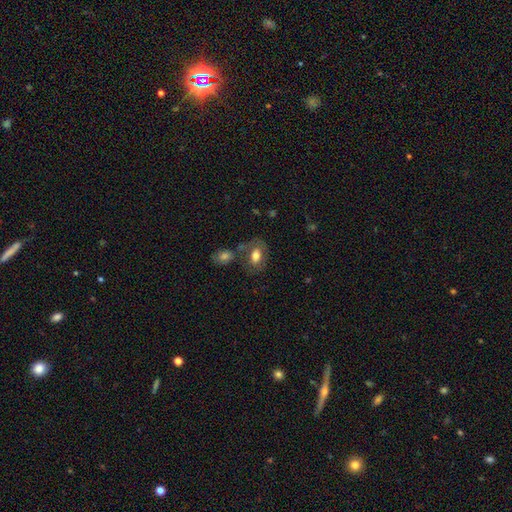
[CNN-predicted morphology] smooth 68%, featured or disk 24%, star or artifact 8%. Down the decision tree: how rounded — in between (85%); merging — none (53%).